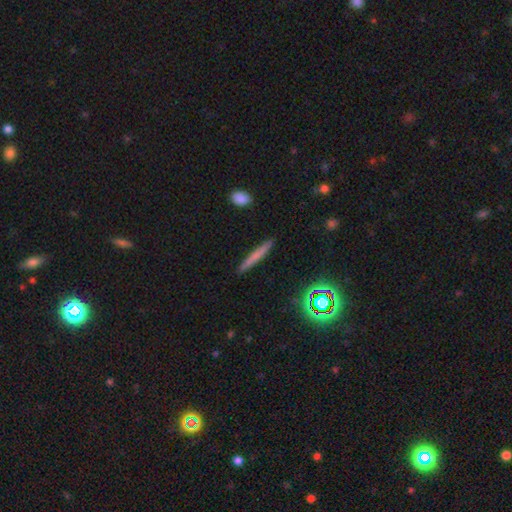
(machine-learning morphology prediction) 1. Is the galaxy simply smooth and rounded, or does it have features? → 63% smooth, 27% featured or disk, 10% star or artifact.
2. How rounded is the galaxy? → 95% cigar-shaped, 3% in between, 2% round.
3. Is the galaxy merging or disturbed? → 89% none, 7% minor disturbance, 2% major disturbance, 1% merger.